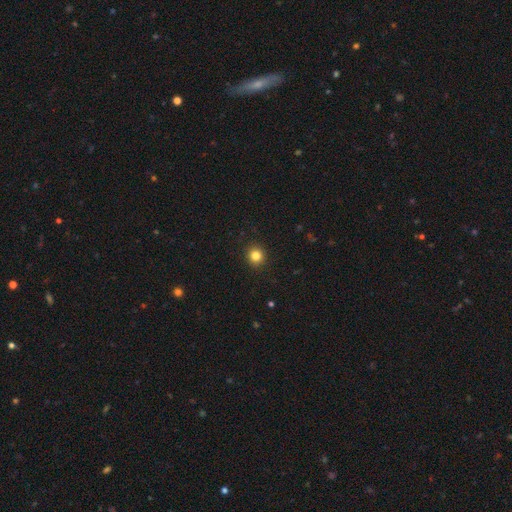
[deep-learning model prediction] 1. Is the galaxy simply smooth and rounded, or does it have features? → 83% smooth, 12% star or artifact, 5% featured or disk.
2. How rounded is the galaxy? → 91% round, 8% in between, 1% cigar-shaped.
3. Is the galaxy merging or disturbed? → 93% none, 5% minor disturbance, 2% major disturbance, 1% merger.